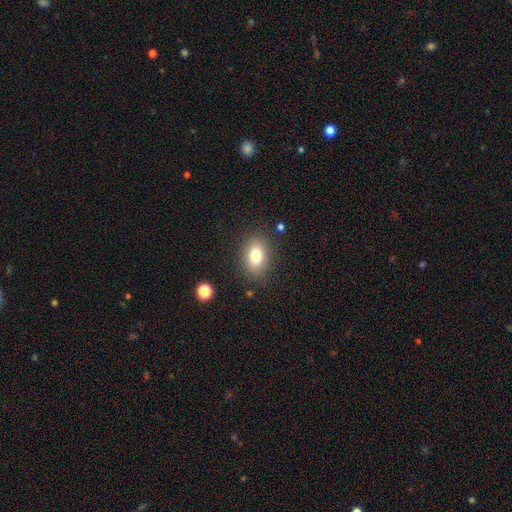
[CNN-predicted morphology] Smooth or featured?
  - smooth: 79% *
  - featured or disk: 11%
  - star or artifact: 10%
How rounded?
  - in between: 79% *
  - round: 19%
  - cigar-shaped: 1%
Merging?
  - none: 85% *
  - minor disturbance: 10%
  - major disturbance: 3%
  - merger: 2%